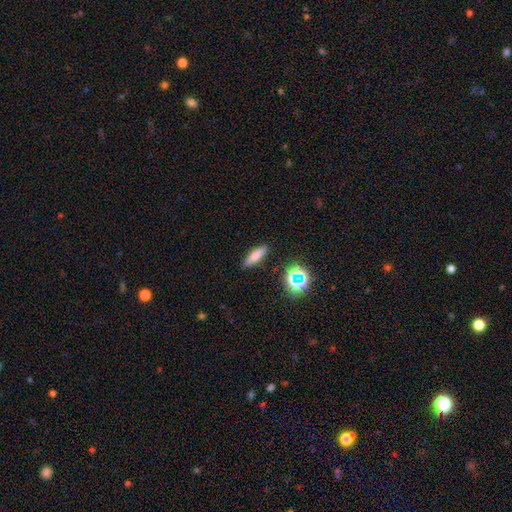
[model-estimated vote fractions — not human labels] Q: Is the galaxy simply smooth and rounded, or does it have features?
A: smooth — 75%.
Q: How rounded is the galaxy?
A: cigar-shaped — 57%.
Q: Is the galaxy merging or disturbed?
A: none — 87%.